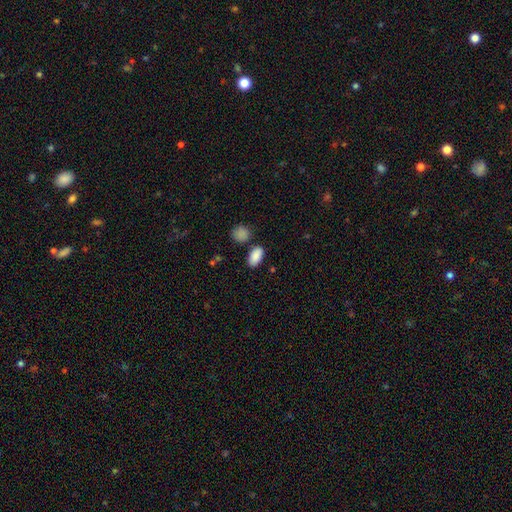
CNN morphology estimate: Q: Smooth or featured?
A: smooth (89%); runner-up: star or artifact (7%)
Q: How rounded?
A: in between (93%); runner-up: round (5%)
Q: Merging?
A: none (79%); runner-up: minor disturbance (11%)